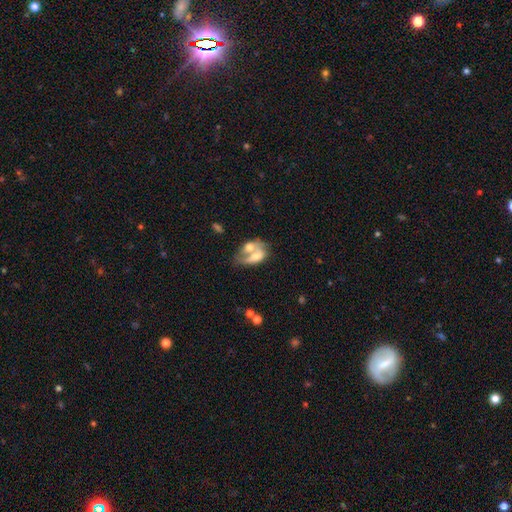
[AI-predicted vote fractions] This appears to be a smooth galaxy with no disk features (52%) that is in between round and cigar-shaped (83%). Merging: merger (64%).